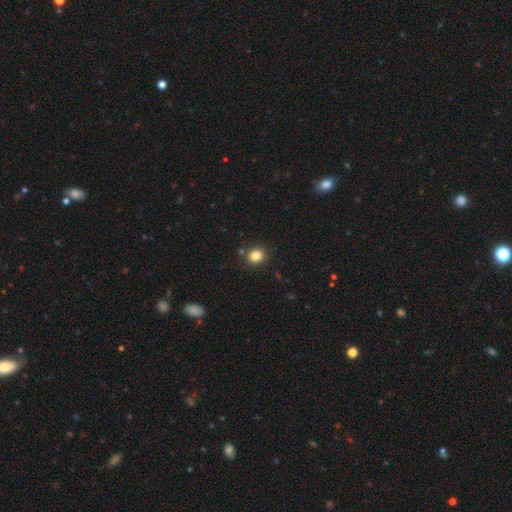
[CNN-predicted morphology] Smooth or featured? smooth (83%)
How rounded? round (78%)
Merging? none (86%)